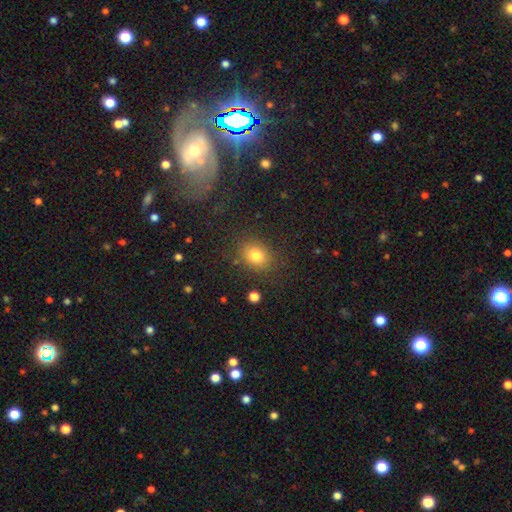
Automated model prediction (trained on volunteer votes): smooth_or_featured: smooth (p=0.79) [alt: star or artifact p=0.13]
how_rounded: in between (p=0.52) [alt: round p=0.47]
merging: none (p=0.82) [alt: minor disturbance p=0.11]